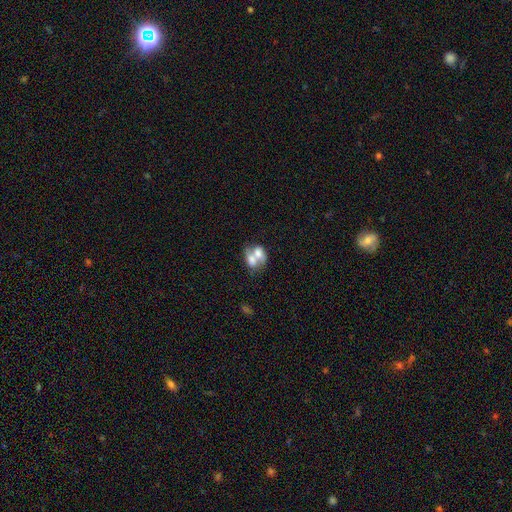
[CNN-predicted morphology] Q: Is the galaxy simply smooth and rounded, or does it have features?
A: smooth — 56%.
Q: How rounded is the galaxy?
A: in between — 70%.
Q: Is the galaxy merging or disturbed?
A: merger — 76%.